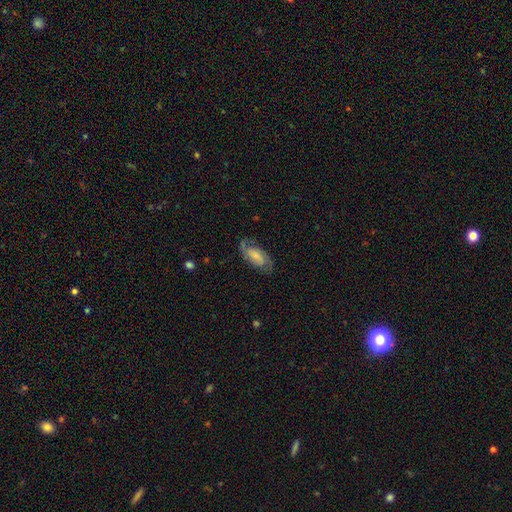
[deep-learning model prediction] Smooth or featured: featured or disk — 62% (smooth — 30%)
Edge-on disk: no — 94% (yes — 6%)
Bar: weak — 41% (tied with no — 41%)
Spiral arms: yes — 90% (no — 10%)
Spiral winding: medium — 47% (tight — 27%)
Spiral arm count: 2 — 82% (can't tell — 8%)
Bulge size: small — 35% (none — 27%)
Merging: none — 70% (minor disturbance — 19%)